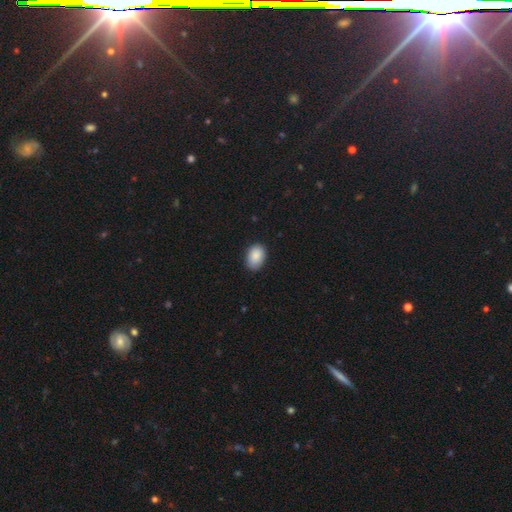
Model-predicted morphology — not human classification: A smooth galaxy with no disk features (89%) that is in between round and cigar-shaped (81%). Merging: none (82%).